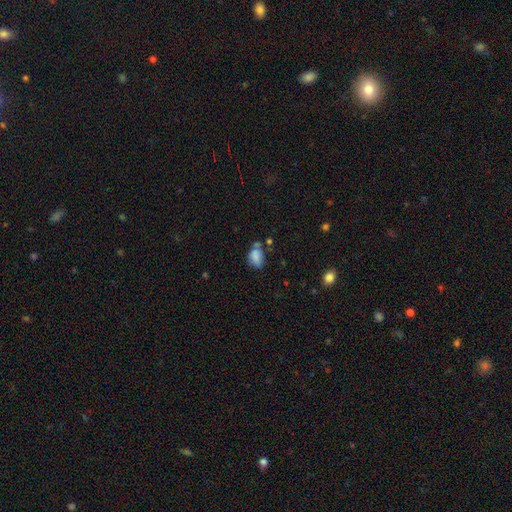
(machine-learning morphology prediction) A smooth galaxy with no disk features (79%) that is in between round and cigar-shaped (79%). Merging: none (44%).